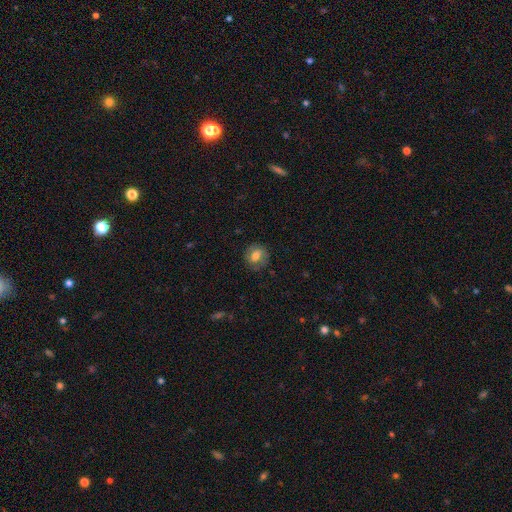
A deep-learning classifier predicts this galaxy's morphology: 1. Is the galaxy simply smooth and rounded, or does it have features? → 69% smooth, 21% featured or disk, 9% star or artifact.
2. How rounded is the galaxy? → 70% round, 28% in between, 1% cigar-shaped.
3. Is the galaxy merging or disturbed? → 80% none, 14% minor disturbance, 5% major disturbance, 1% merger.